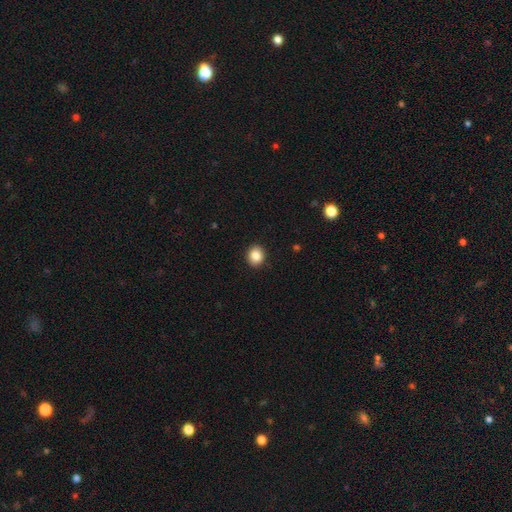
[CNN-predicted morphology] Q: Smooth or featured?
A: smooth (86%); runner-up: star or artifact (9%)
Q: How rounded?
A: round (74%); runner-up: in between (25%)
Q: Merging?
A: none (91%); runner-up: minor disturbance (6%)